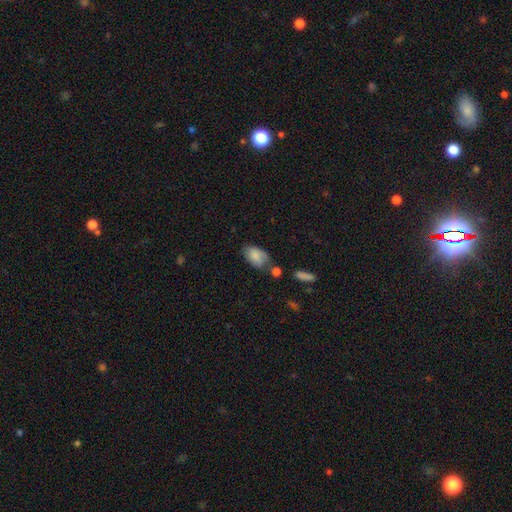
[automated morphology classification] smooth-or-featured: smooth: 75% | featured or disk: 17% | star or artifact: 8%
  how-rounded: in between: 91% | round: 7% | cigar-shaped: 2%
  merging: none: 50% | minor disturbance: 29% | merger: 11% | major disturbance: 10%